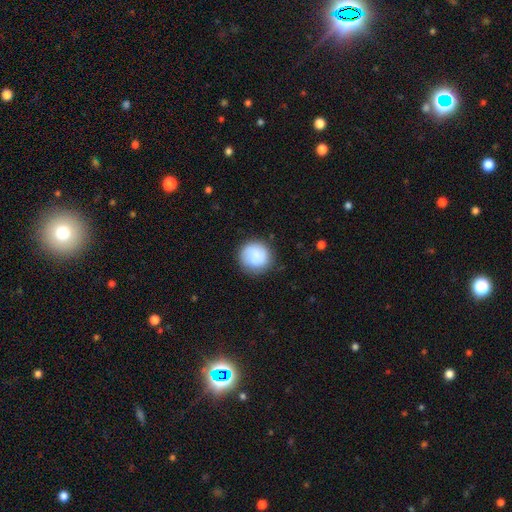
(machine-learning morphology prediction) This appears to be a smooth galaxy with no disk features (78%) that is round (92%). Merging: none (77%).